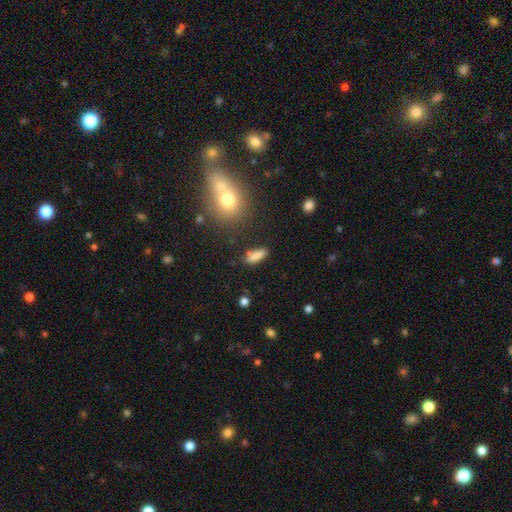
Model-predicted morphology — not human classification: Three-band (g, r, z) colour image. It shows a smooth galaxy with no disk features (81%) that is in between round and cigar-shaped (55%). Merging: none (74%).